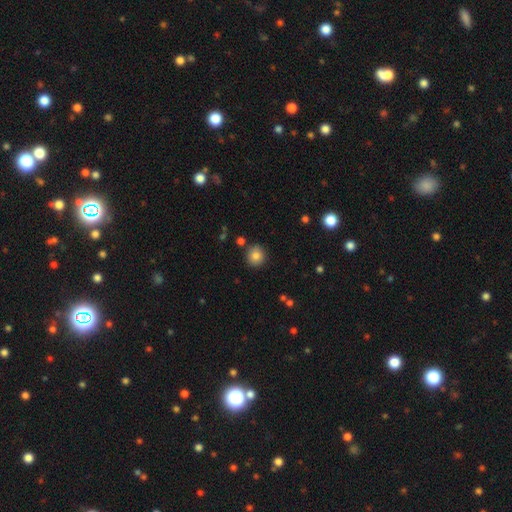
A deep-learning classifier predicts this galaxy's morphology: Q: Smooth or featured?
A: smooth (82%); runner-up: star or artifact (10%)
Q: How rounded?
A: round (90%); runner-up: in between (9%)
Q: Merging?
A: none (87%); runner-up: minor disturbance (8%)